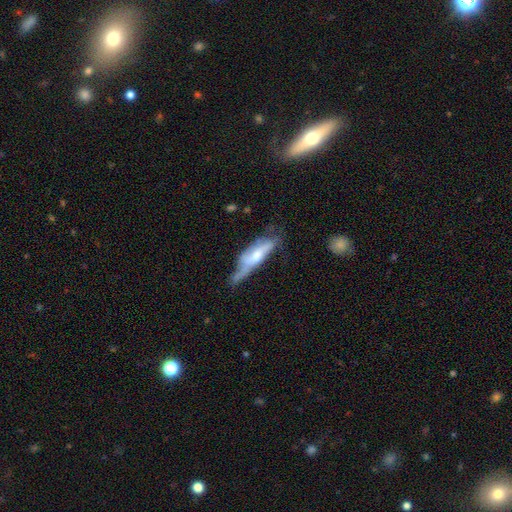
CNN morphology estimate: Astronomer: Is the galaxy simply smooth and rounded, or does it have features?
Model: featured or disk — 49% (runner-up: smooth, 44%).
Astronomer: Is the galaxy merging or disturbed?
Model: minor disturbance — 36% (runner-up: major disturbance, 29%).